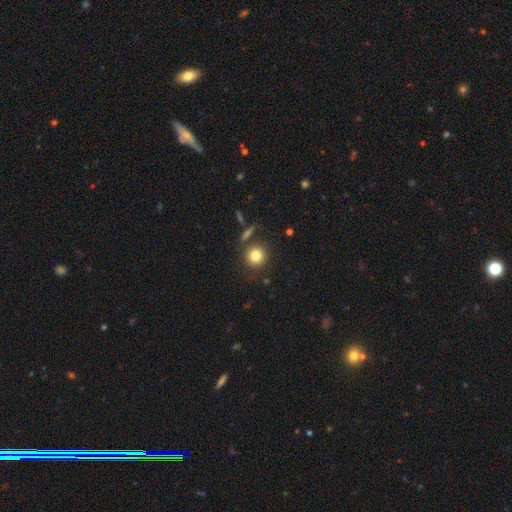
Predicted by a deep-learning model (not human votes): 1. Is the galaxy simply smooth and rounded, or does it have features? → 80% smooth, 11% star or artifact, 9% featured or disk.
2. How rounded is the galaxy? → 92% round, 7% in between, 1% cigar-shaped.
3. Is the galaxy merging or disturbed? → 80% none, 9% minor disturbance, 7% merger, 4% major disturbance.